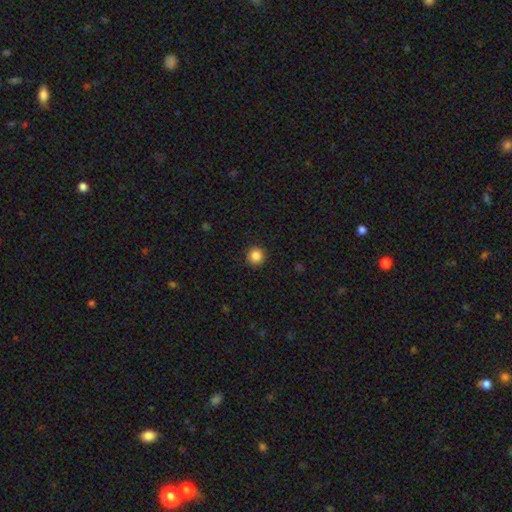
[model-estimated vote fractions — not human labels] Smooth or featured? Predicted: smooth (p=0.86). How rounded? Predicted: round (p=0.95). Merging? Predicted: none (p=0.93).